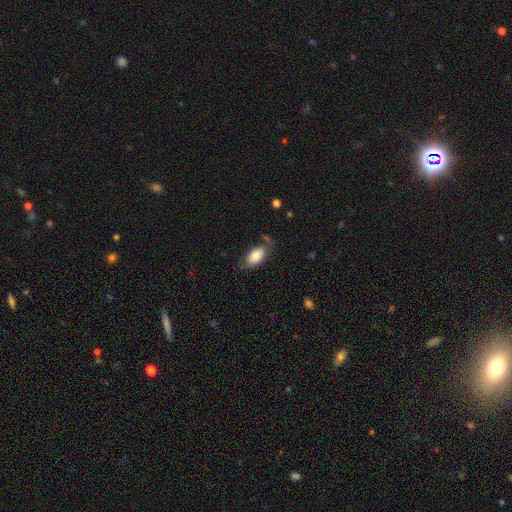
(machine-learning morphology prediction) Overall: smooth (82%). How rounded: in between (93%). Merging: none (65%).